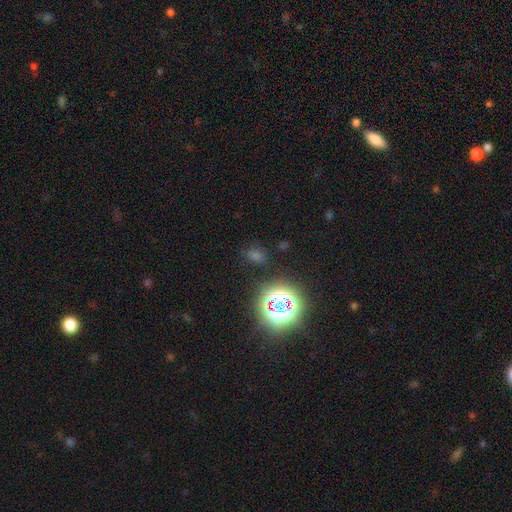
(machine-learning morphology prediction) type=star or artifact (50%).